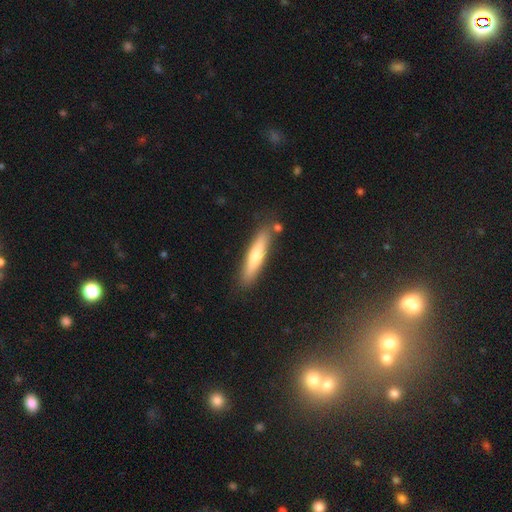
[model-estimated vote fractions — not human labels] smooth 60%, featured or disk 33%, star or artifact 7%. Down the decision tree: how rounded — cigar-shaped (88%); merging — none (85%).